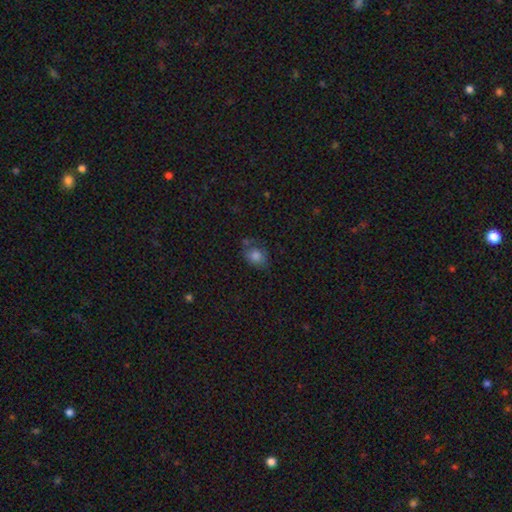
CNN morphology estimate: A smooth galaxy with no disk features (78%) that is in between round and cigar-shaped (58%). Merging: none (56%).